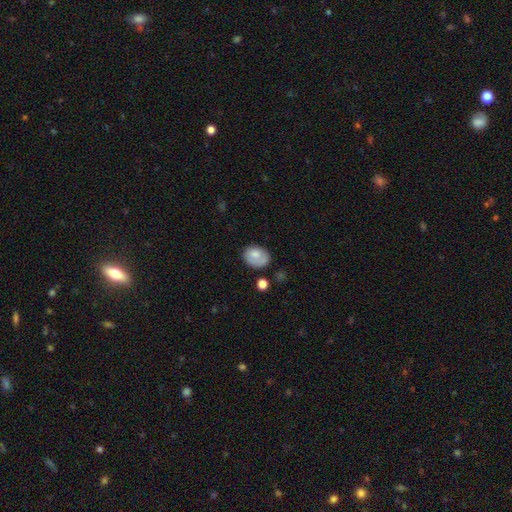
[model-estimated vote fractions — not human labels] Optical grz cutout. It shows a smooth galaxy with no disk features (74%) that is in between round and cigar-shaped (61%). Merging: none (60%).